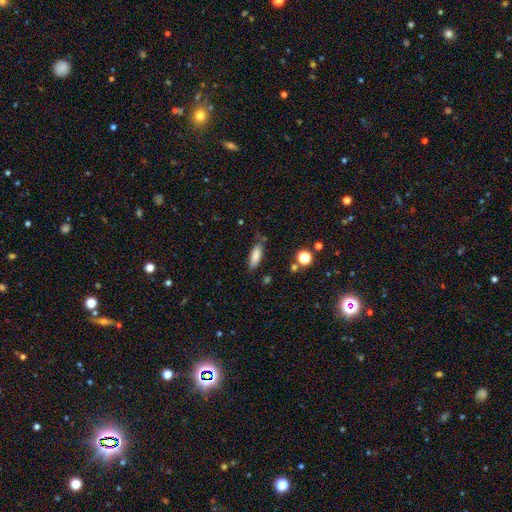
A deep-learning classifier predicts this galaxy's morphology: Smooth or featured? Predicted: smooth (p=0.81). How rounded? Predicted: in between (p=0.68). Merging? Predicted: none (p=0.64).